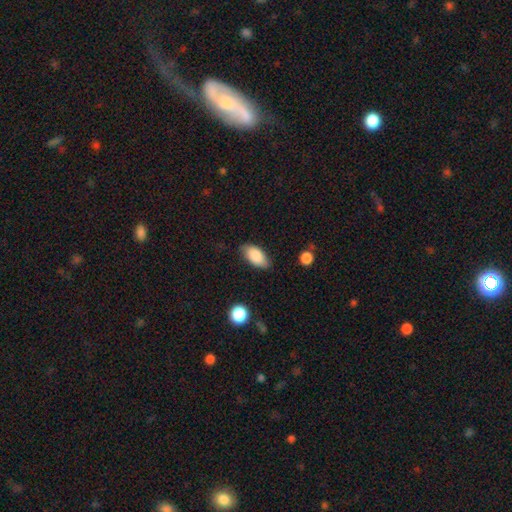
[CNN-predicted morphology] A smooth galaxy with no disk features (84%) that is in between round and cigar-shaped (92%). Merging: none (75%).